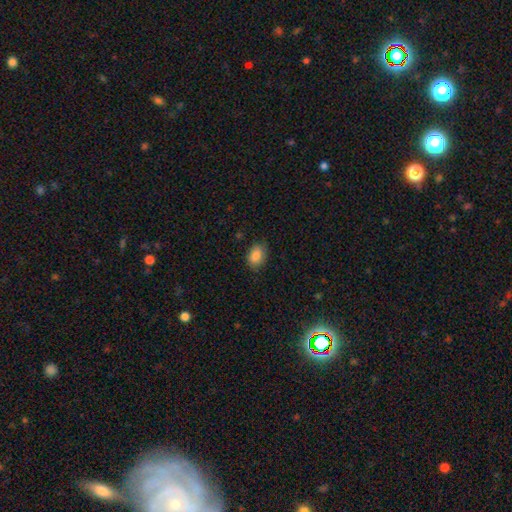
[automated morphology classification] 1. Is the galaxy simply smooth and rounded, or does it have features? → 87% smooth, 8% star or artifact, 5% featured or disk.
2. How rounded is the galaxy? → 84% in between, 15% round, 1% cigar-shaped.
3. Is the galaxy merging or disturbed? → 78% none, 18% minor disturbance, 4% major disturbance, 1% merger.